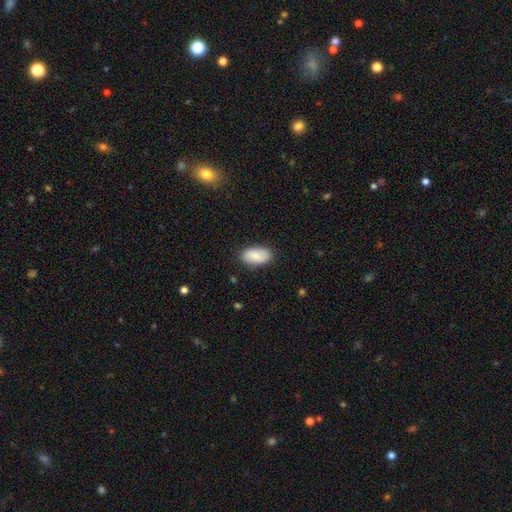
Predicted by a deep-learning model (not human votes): smooth_or_featured: smooth (p=0.83) [alt: featured or disk p=0.11]
how_rounded: in between (p=0.94) [alt: round p=0.03]
merging: none (p=0.83) [alt: minor disturbance p=0.13]